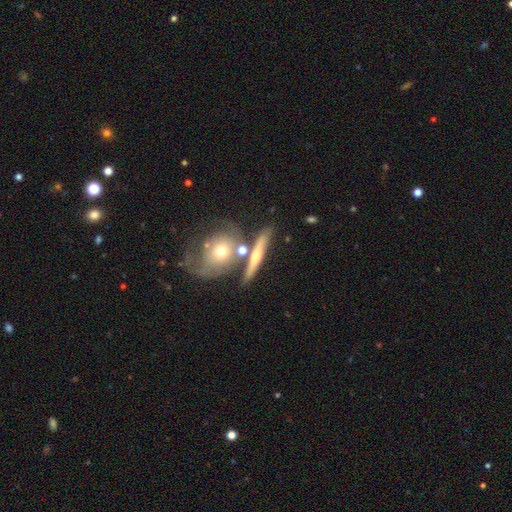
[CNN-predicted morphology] A featured or disk galaxy (60%) viewed edge-on (74%). Merging: none (56%).